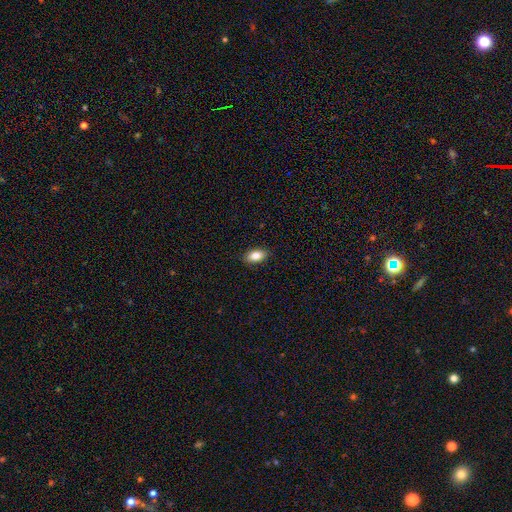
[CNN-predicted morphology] Smooth or featured?
  - smooth: 84% *
  - featured or disk: 8%
  - star or artifact: 8%
How rounded?
  - in between: 90% *
  - round: 7%
  - cigar-shaped: 3%
Merging?
  - none: 89% *
  - minor disturbance: 8%
  - major disturbance: 2%
  - merger: 1%